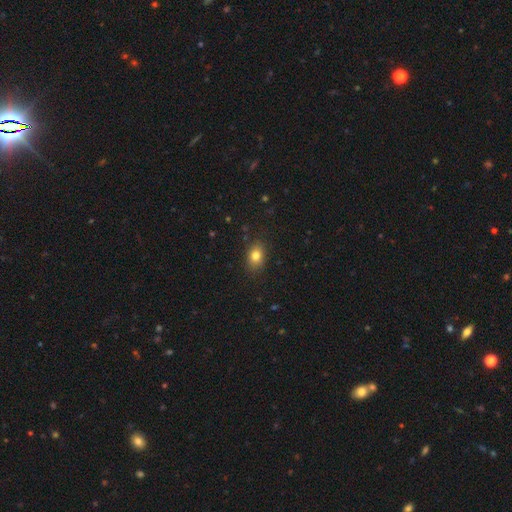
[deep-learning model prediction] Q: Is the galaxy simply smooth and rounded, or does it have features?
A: smooth — 81%.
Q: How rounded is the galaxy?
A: in between — 74%.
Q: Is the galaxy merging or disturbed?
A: none — 85%.